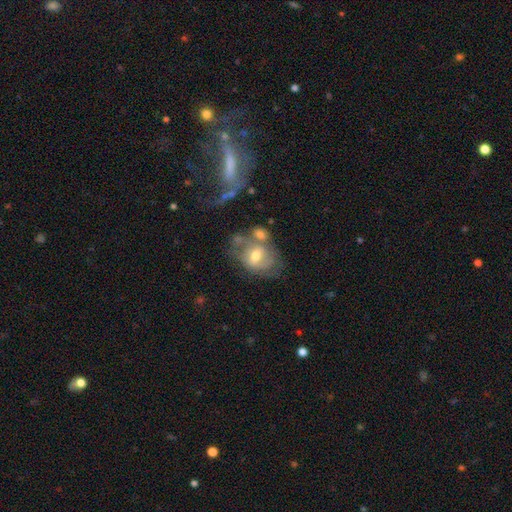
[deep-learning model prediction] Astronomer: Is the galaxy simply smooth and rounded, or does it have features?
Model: featured or disk — 56% (runner-up: smooth, 36%).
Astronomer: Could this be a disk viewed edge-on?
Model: no — 95%.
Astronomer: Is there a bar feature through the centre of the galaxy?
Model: no — 42%, tied with weak at 42%.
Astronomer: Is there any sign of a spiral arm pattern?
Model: yes — 59% (runner-up: no, 41%).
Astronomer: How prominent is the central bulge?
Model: moderate — 69%.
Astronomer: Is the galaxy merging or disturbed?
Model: none — 34% (runner-up: merger, 32%).